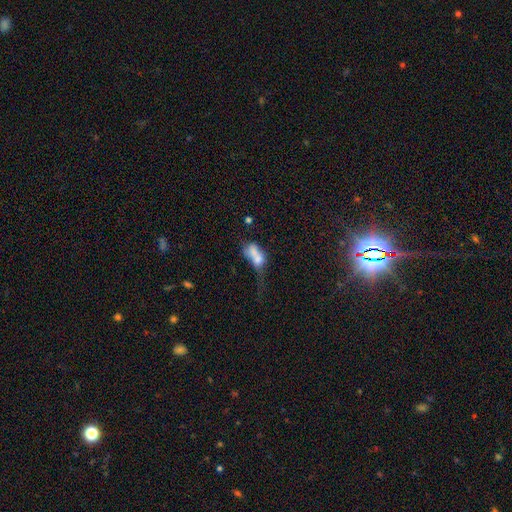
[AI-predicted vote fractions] Smooth or featured? Predicted: smooth (p=0.61). How rounded? Predicted: in between (p=0.74). Merging? Predicted: merger (p=0.51).